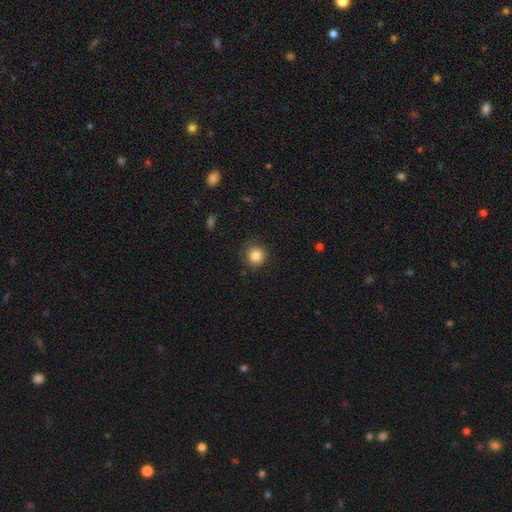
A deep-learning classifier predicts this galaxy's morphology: type=smooth (85%); roundness=round (91%); merging=none (83%).